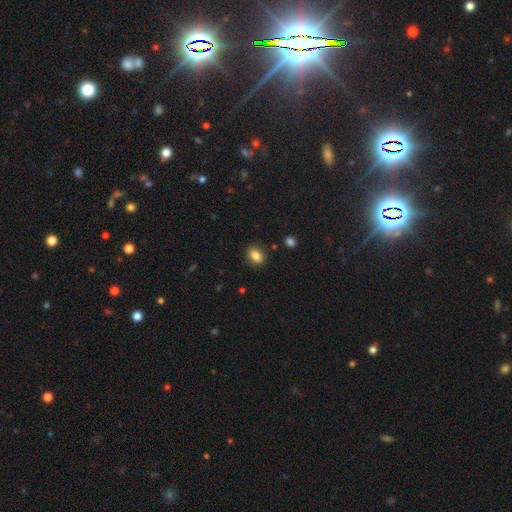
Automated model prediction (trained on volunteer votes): This is clearly a smooth galaxy (83%). How rounded: likely in between (75%). Merging: clearly none (86%).